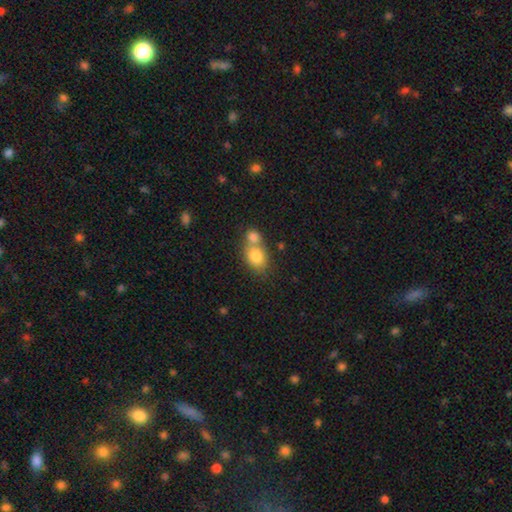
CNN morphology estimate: smooth-or-featured: smooth: 79% | featured or disk: 12% | star or artifact: 9%
  how-rounded: in between: 60% | round: 39% | cigar-shaped: 1%
  merging: merger: 53% | none: 34% | minor disturbance: 9% | major disturbance: 3%